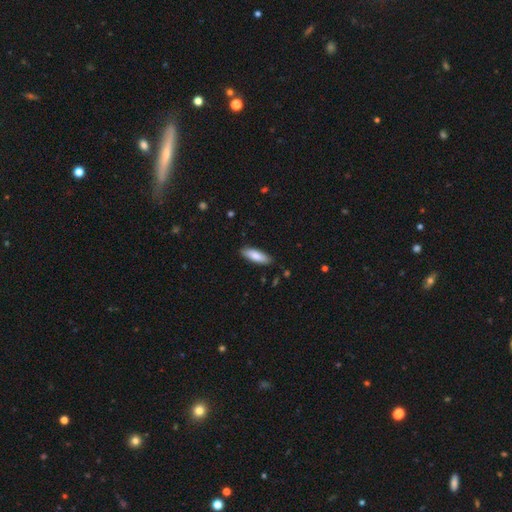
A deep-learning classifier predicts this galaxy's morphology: Smooth or featured? Predicted: smooth (p=0.84). How rounded? Predicted: in between (p=0.54). Merging? Predicted: none (p=0.87).